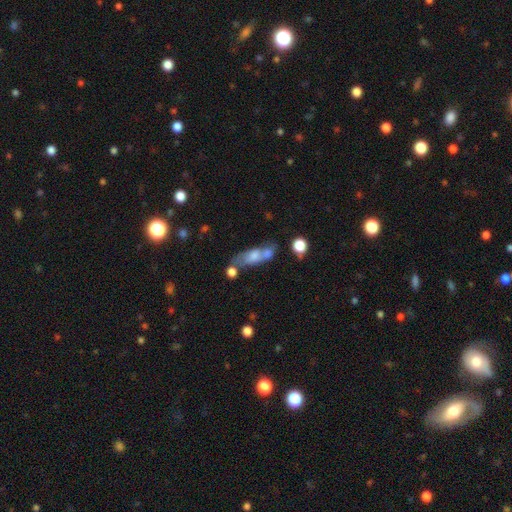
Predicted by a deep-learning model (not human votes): This appears to be a smooth galaxy with no disk features (56%) that is in between round and cigar-shaped (60%). Merging: none (37%).